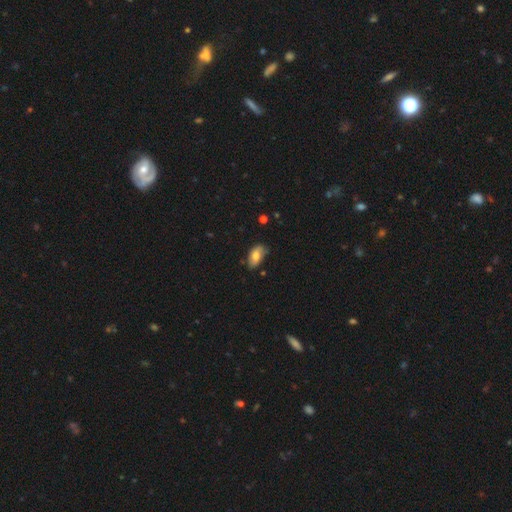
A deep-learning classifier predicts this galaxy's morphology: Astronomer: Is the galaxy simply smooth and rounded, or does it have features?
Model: smooth — 68%.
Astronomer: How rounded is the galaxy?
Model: in between — 92%.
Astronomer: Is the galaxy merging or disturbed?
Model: none — 63%.